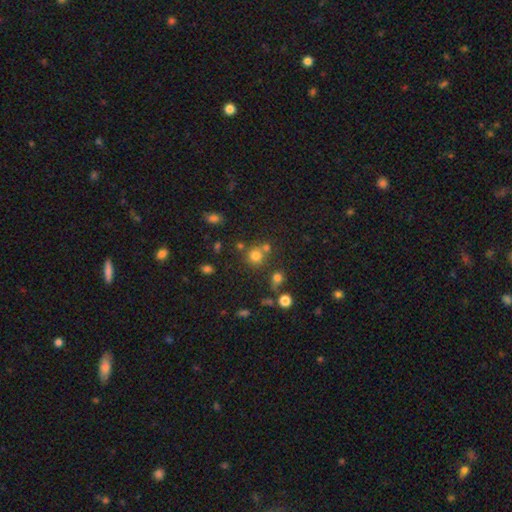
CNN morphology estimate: This appears to be a smooth galaxy with no disk features (72%) that is round (88%). Merging: none (63%).